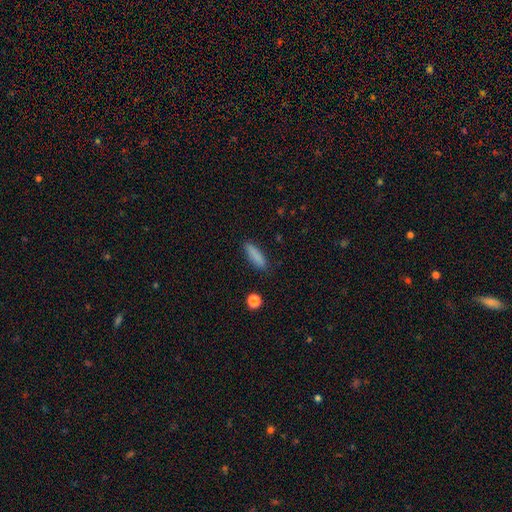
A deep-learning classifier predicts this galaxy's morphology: Smooth or featured?
  - smooth: 85% *
  - star or artifact: 8%
  - featured or disk: 6%
How rounded?
  - cigar-shaped: 59% *
  - in between: 39%
  - round: 2%
Merging?
  - none: 85% *
  - minor disturbance: 10%
  - major disturbance: 3%
  - merger: 2%